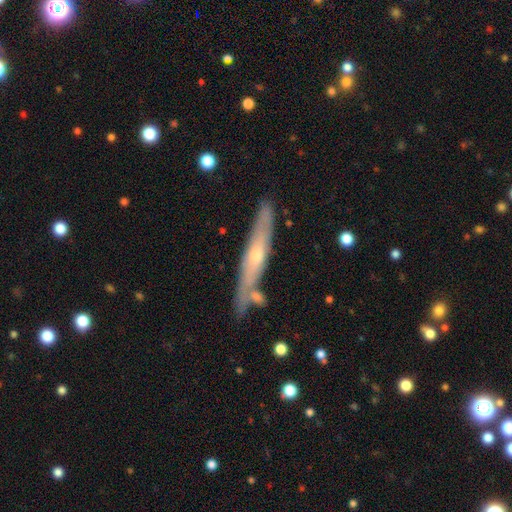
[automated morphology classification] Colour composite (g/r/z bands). It shows a featured or disk galaxy (59%) viewed edge-on (78%). Merging: none (72%).